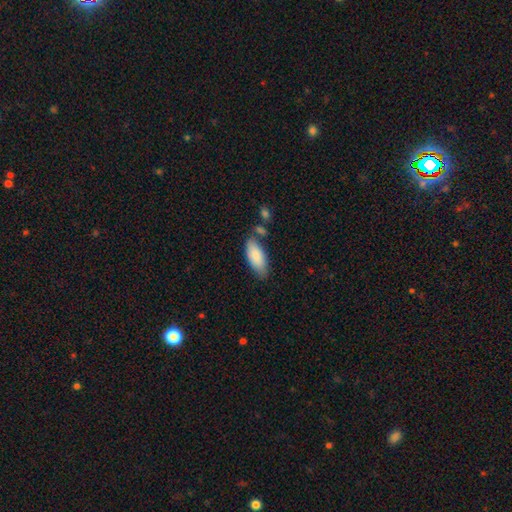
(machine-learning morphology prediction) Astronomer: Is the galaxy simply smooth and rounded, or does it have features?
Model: smooth — 85%.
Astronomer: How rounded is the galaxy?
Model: in between — 84%.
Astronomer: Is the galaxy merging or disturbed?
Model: none — 66%.